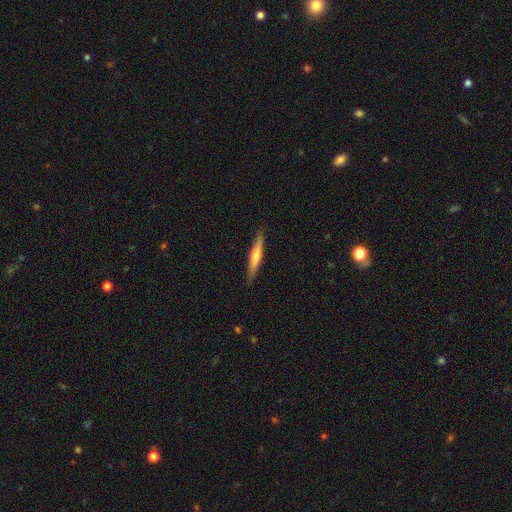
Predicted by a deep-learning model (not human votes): Overall: smooth (52%; featured or disk 43%). How rounded: cigar-shaped (93%). Merging: none (89%).